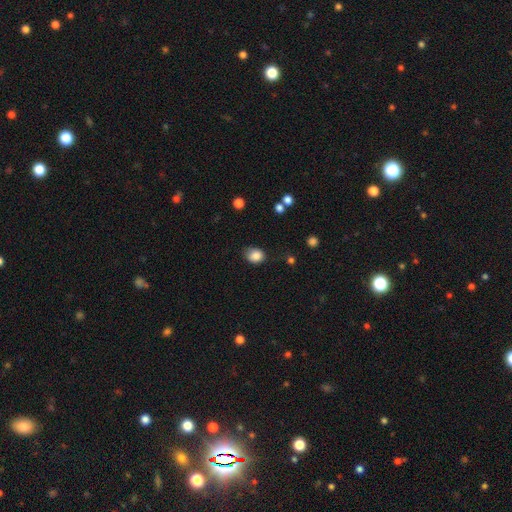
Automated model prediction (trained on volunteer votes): smooth-or-featured: smooth: 85% | star or artifact: 9% | featured or disk: 6%
  how-rounded: in between: 50% | round: 49% | cigar-shaped: 1%
  merging: none: 64% | minor disturbance: 28% | major disturbance: 6% | merger: 2%